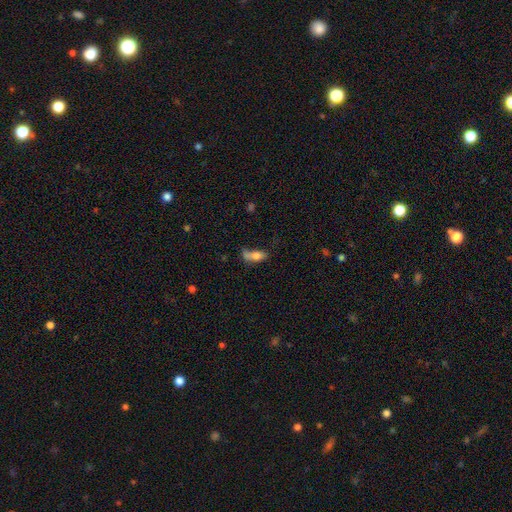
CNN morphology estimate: This appears to be a smooth galaxy with no disk features (72%) that is in between round and cigar-shaped (73%). Merging: none (32%).